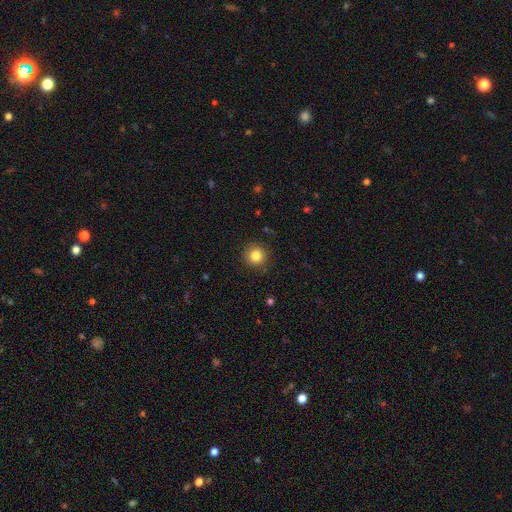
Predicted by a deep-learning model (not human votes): smooth 84%, star or artifact 11%, featured or disk 5%. Down the decision tree: how rounded — round (94%); merging — none (90%).